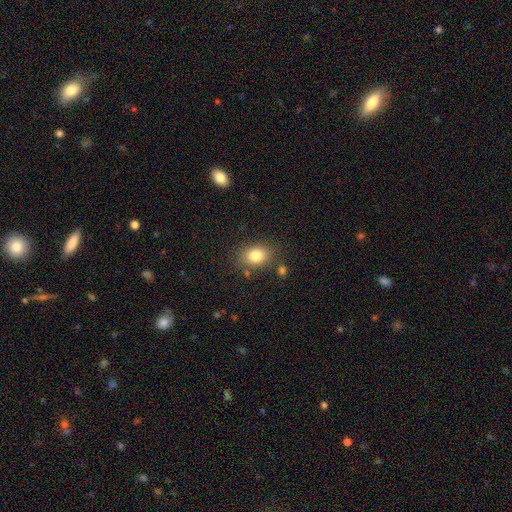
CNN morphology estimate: smooth_or_featured: smooth (p=0.81) [alt: star or artifact p=0.10]
how_rounded: in between (p=0.62) [alt: round p=0.37]
merging: none (p=0.79) [alt: minor disturbance p=0.13]